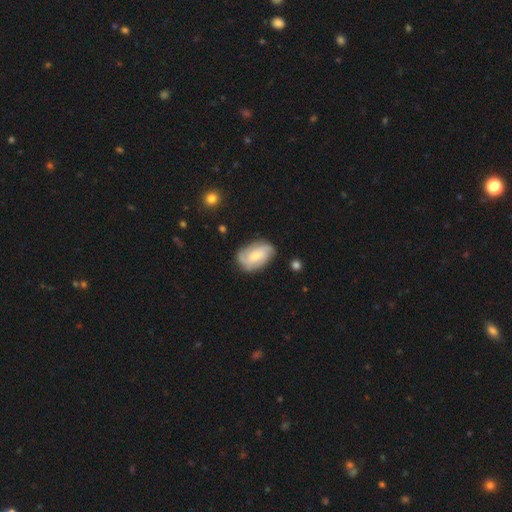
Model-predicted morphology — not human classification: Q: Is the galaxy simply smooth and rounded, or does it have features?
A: featured or disk — 66%.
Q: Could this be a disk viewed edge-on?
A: no — 97%.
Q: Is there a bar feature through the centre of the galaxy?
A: no — 61%.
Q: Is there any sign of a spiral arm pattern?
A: yes — 92%.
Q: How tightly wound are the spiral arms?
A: medium — 41%.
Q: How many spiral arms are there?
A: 3 — 36%.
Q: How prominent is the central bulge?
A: small — 53%.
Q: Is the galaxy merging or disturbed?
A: none — 73%.